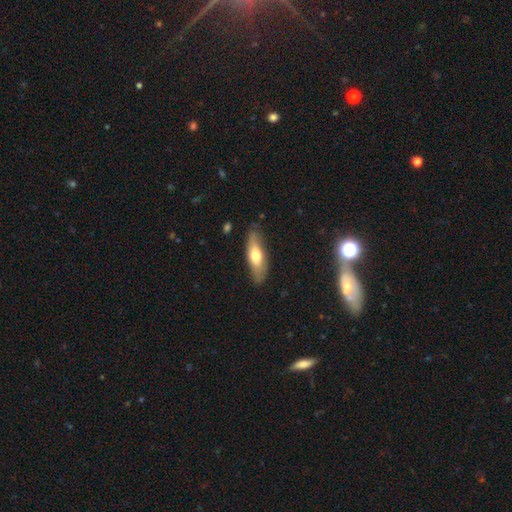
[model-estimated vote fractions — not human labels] Smooth or featured? smooth (61%)
How rounded? in between (49%)
Merging? none (79%)